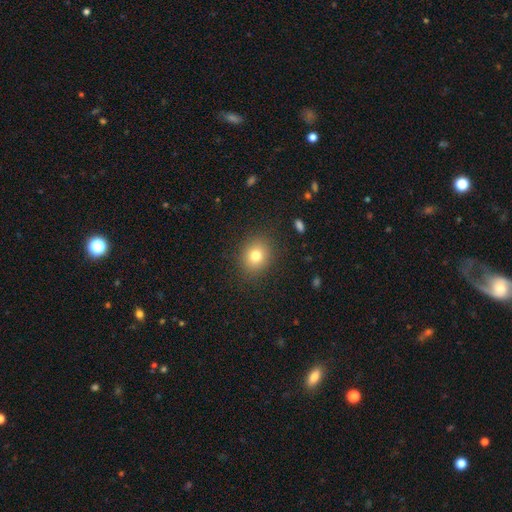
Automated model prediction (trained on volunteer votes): Smooth or featured? Predicted: smooth (p=0.78). How rounded? Predicted: round (p=0.71). Merging? Predicted: none (p=0.87).